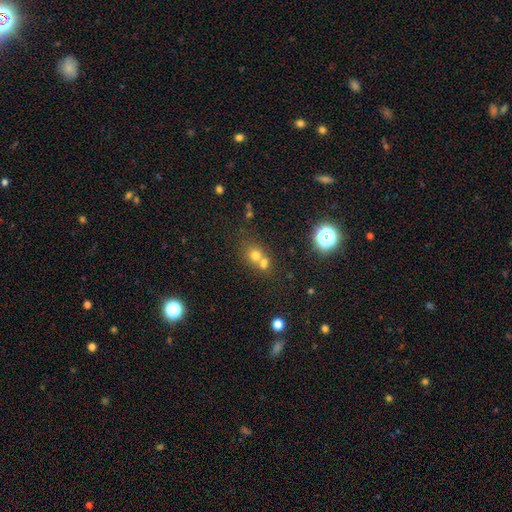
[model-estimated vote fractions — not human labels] This appears to be a smooth galaxy with no disk features (68%) that is round (74%). Merging: merger (56%).